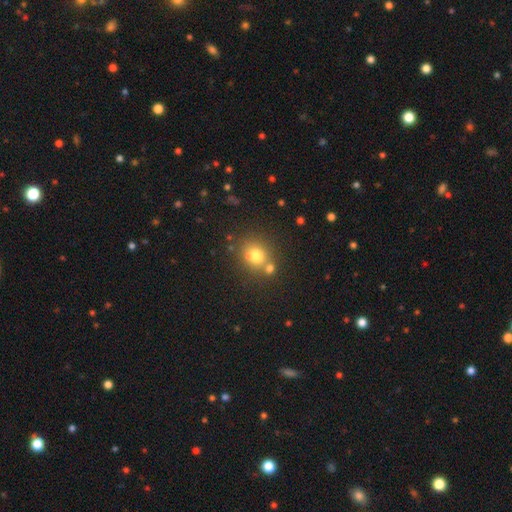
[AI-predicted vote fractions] smooth_or_featured: smooth (p=0.73) [alt: star or artifact p=0.14]
how_rounded: round (p=0.75) [alt: in between p=0.24]
merging: none (p=0.61) [alt: merger p=0.23]